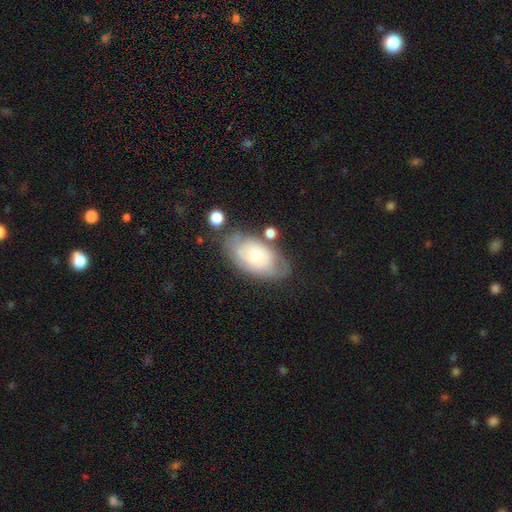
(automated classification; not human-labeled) Smooth or featured?
  - featured or disk: 50% *
  - smooth: 43%
  - star or artifact: 7%
Edge-on disk?
  - no: 91% *
  - yes: 9%
Merging?
  - none: 60% *
  - minor disturbance: 23%
  - major disturbance: 9%
  - merger: 7%